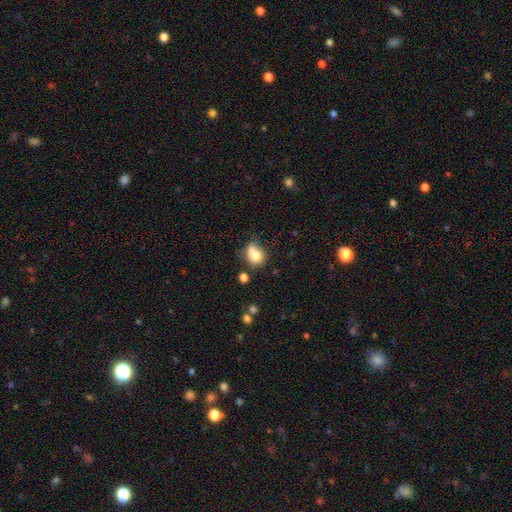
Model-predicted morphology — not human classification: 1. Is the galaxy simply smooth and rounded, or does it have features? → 76% smooth, 13% featured or disk, 11% star or artifact.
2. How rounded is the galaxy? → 52% round, 46% in between, 1% cigar-shaped.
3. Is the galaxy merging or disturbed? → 40% none, 28% minor disturbance, 19% merger, 13% major disturbance.